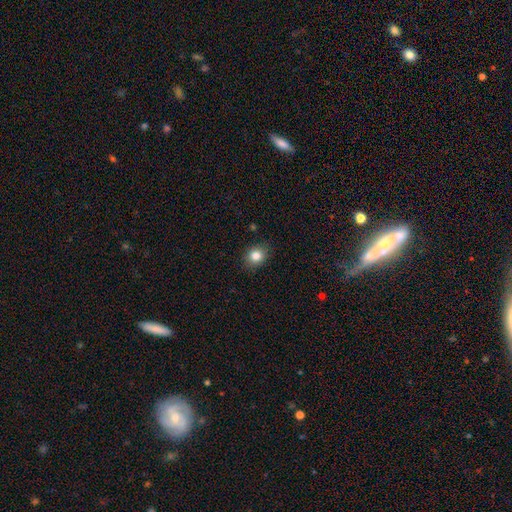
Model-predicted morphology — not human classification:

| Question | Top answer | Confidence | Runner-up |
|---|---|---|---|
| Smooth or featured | smooth | 82% | star or artifact (11%) |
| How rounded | round | 60% | in between (39%) |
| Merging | none | 87% | minor disturbance (10%) |